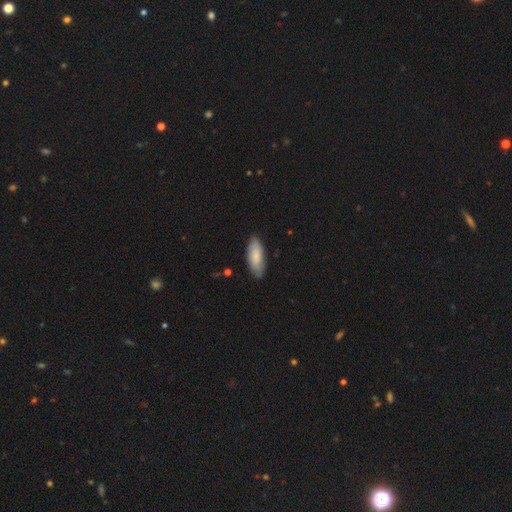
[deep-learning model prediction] Q: Smooth or featured?
A: smooth (74%); runner-up: featured or disk (21%)
Q: How rounded?
A: in between (79%); runner-up: cigar-shaped (20%)
Q: Merging?
A: none (78%); runner-up: minor disturbance (18%)